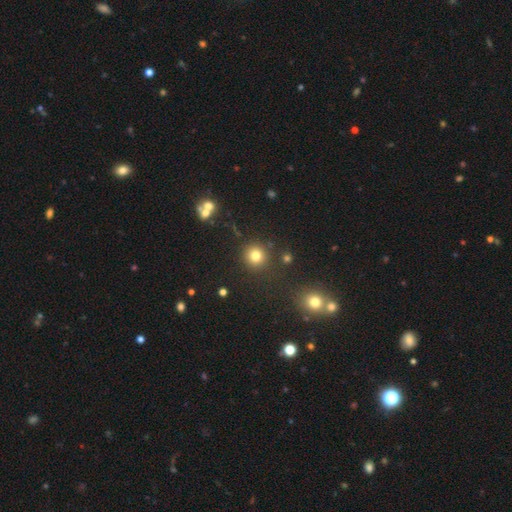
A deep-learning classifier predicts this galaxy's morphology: smooth-or-featured: smooth: 78% | star or artifact: 15% | featured or disk: 7%
  how-rounded: round: 92% | in between: 7% | cigar-shaped: 1%
  merging: none: 86% | minor disturbance: 7% | merger: 4% | major disturbance: 3%